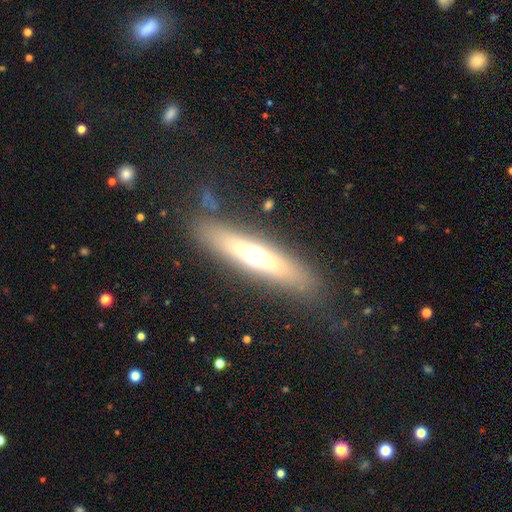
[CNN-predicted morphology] The model was most divided on "smooth or featured": smooth: 47%, featured or disk: 44%, star or artifact: 9%. More confident: merging — none (82%).